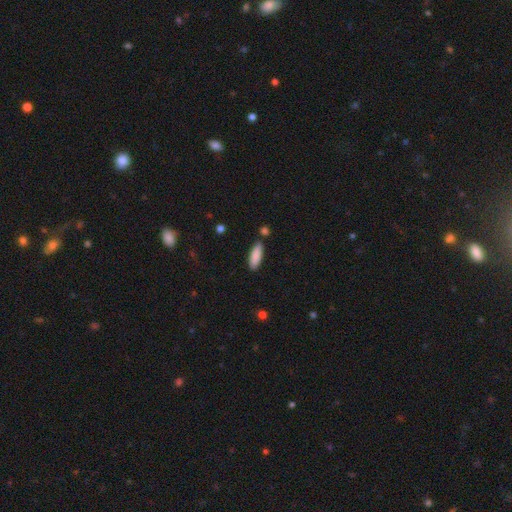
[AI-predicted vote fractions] Smooth or featured? Predicted: smooth (p=0.88). How rounded? Predicted: in between (p=0.55). Merging? Predicted: none (p=0.84).